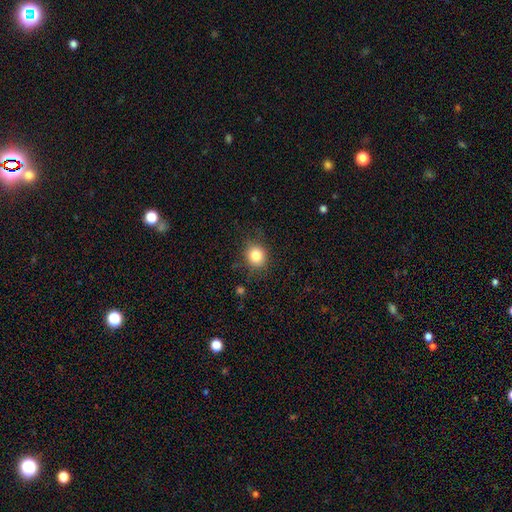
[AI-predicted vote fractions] smooth_or_featured: smooth (p=0.82) [alt: star or artifact p=0.11]
how_rounded: round (p=0.76) [alt: in between p=0.23]
merging: none (p=0.82) [alt: minor disturbance p=0.13]